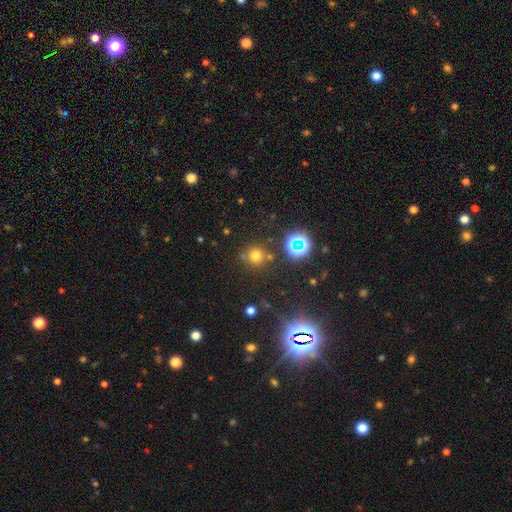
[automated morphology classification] A smooth galaxy with no disk features (67%) that is round (94%). Merging: none (79%).